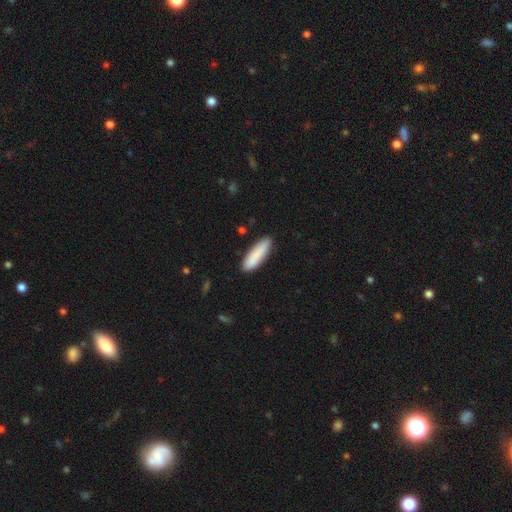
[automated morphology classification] smooth 87%, featured or disk 7%, star or artifact 5%. Down the decision tree: how rounded — cigar-shaped (64%); merging — none (87%).